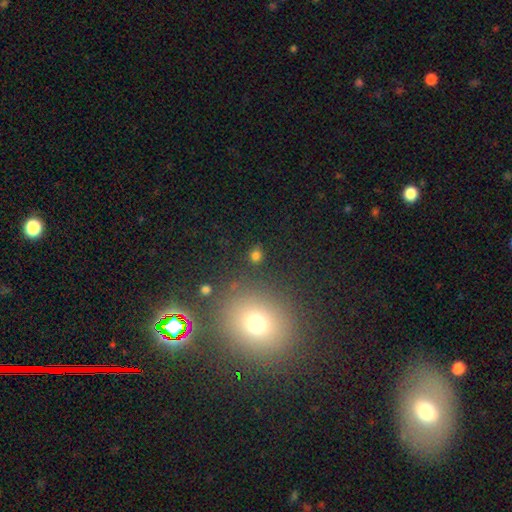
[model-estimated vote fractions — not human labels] This appears to be a smooth galaxy with no disk features (74%) that is round (78%). Merging: none (83%).